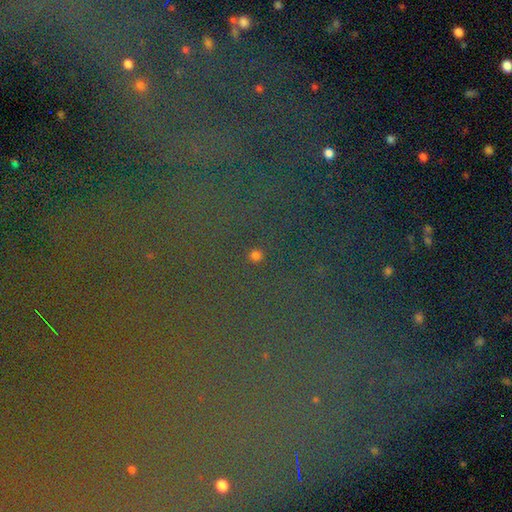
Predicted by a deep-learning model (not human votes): A star or artifact, not a galaxy (81%).

Vote fractions:
- Smooth or featured? star or artifact: 81% / smooth: 11% / featured or disk: 8%